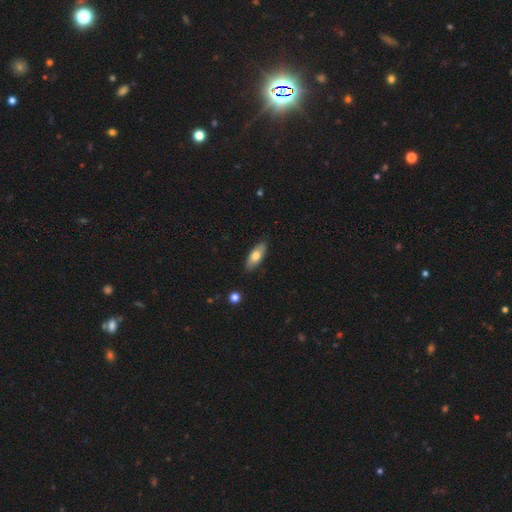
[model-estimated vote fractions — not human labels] smooth-or-featured: smooth: 71% | featured or disk: 23% | star or artifact: 6%
  how-rounded: in between: 77% | cigar-shaped: 20% | round: 2%
  merging: none: 87% | minor disturbance: 9% | major disturbance: 2% | merger: 1%